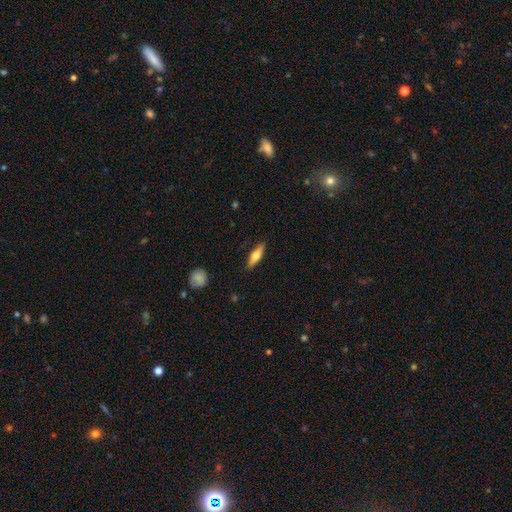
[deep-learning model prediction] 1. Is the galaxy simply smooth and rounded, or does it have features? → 55% smooth, 39% featured or disk, 6% star or artifact.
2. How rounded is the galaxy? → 59% cigar-shaped, 39% in between, 3% round.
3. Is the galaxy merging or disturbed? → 88% none, 9% minor disturbance, 2% major disturbance, 1% merger.